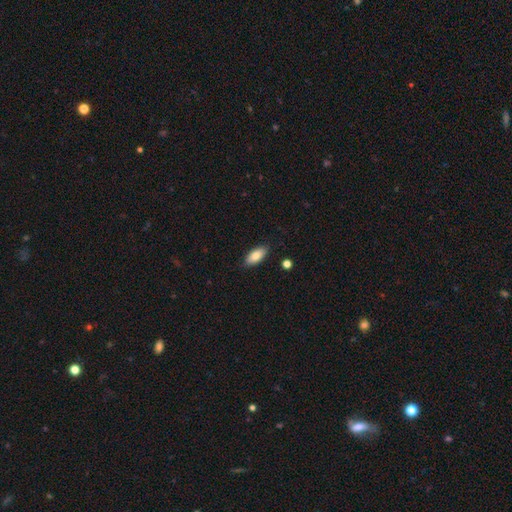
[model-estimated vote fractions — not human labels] This is clearly a smooth galaxy (80%). How rounded: clearly in between (87%). Merging: clearly none (85%).